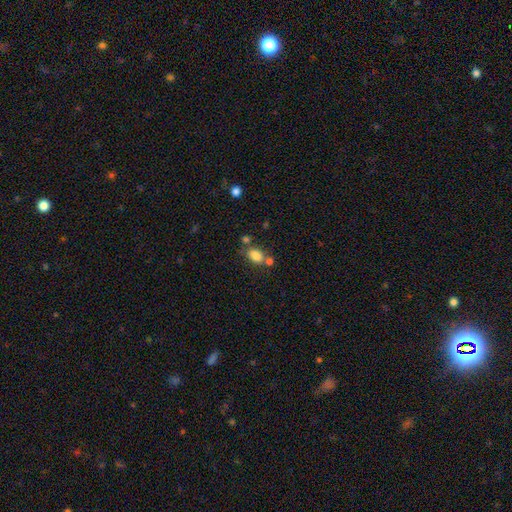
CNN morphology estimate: Smooth or featured? Predicted: smooth (p=0.83). How rounded? Predicted: in between (p=0.79). Merging? Predicted: none (p=0.58).